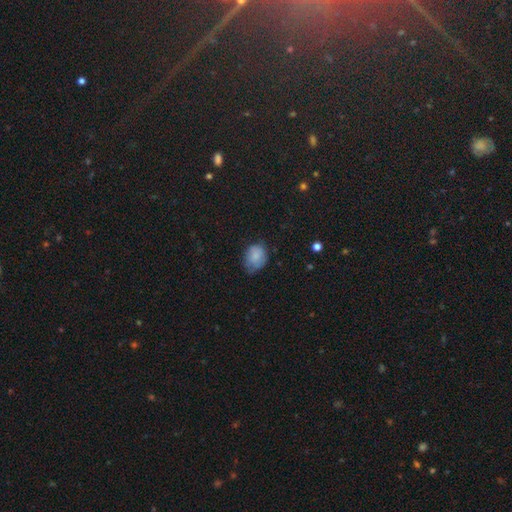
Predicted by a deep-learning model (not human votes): A smooth galaxy with no disk features (79%) that is in between round and cigar-shaped (55%). Merging: none (48%).